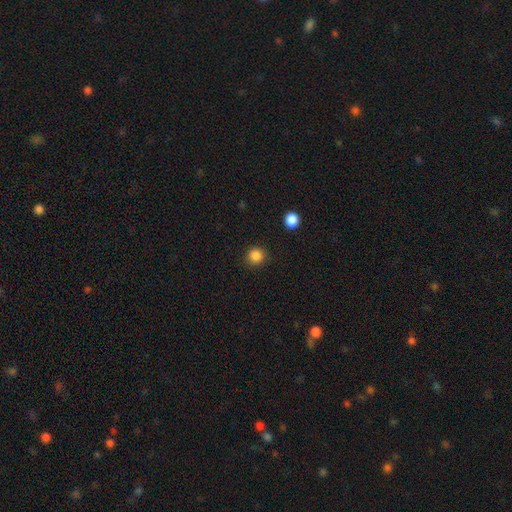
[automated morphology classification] smooth-or-featured: smooth: 86% | star or artifact: 11% | featured or disk: 3%
  how-rounded: round: 91% | in between: 8% | cigar-shaped: 1%
  merging: none: 88% | minor disturbance: 8% | major disturbance: 3% | merger: 1%